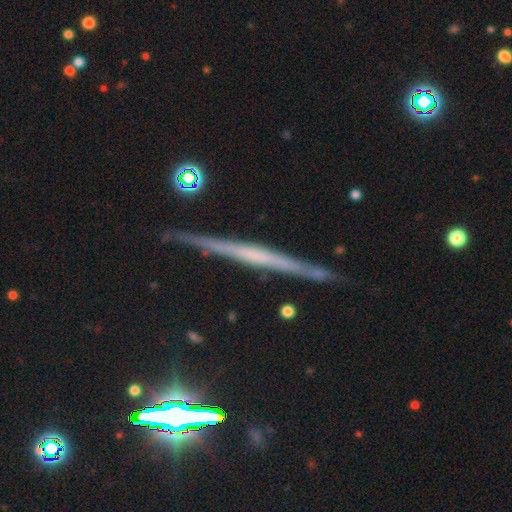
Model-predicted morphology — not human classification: Q: Smooth or featured?
A: featured or disk (71%); runner-up: smooth (20%)
Q: Edge-on disk?
A: yes (97%); runner-up: no (3%)
Q: Edge-on bulge?
A: none (66%); runner-up: rounded (18%)
Q: Merging?
A: none (87%); runner-up: minor disturbance (9%)